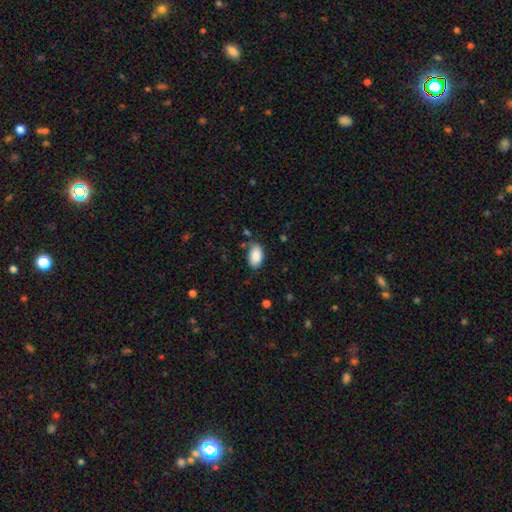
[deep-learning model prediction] This is clearly a smooth galaxy (89%). How rounded: clearly in between (94%). Merging: likely none (77%).